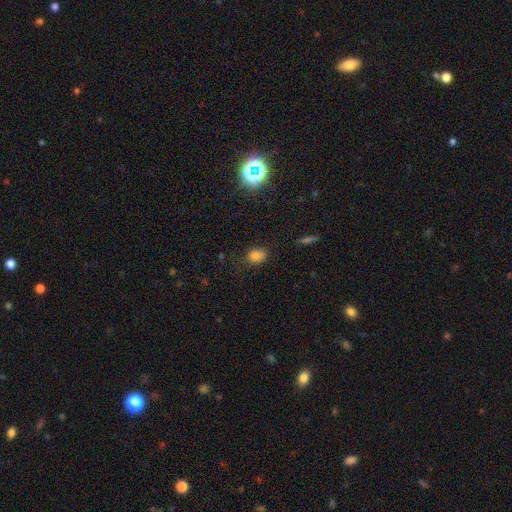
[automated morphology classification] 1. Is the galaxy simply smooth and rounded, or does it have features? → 79% smooth, 15% star or artifact, 6% featured or disk.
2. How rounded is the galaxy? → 67% in between, 32% round, 2% cigar-shaped.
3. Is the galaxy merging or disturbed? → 75% none, 18% minor disturbance, 5% major disturbance, 2% merger.